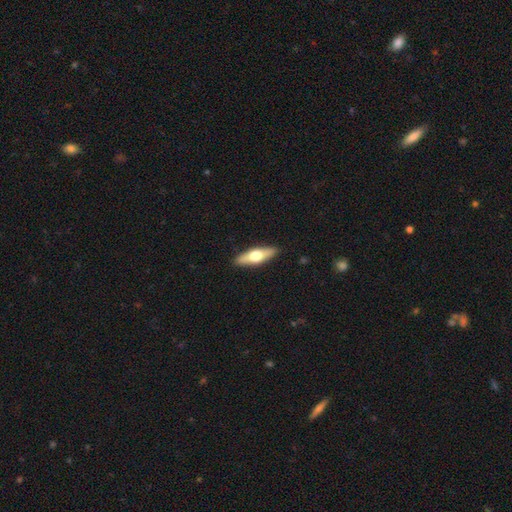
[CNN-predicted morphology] Q: Smooth or featured?
A: smooth (48%); runner-up: featured or disk (47%)
Q: Merging?
A: none (90%); runner-up: minor disturbance (7%)